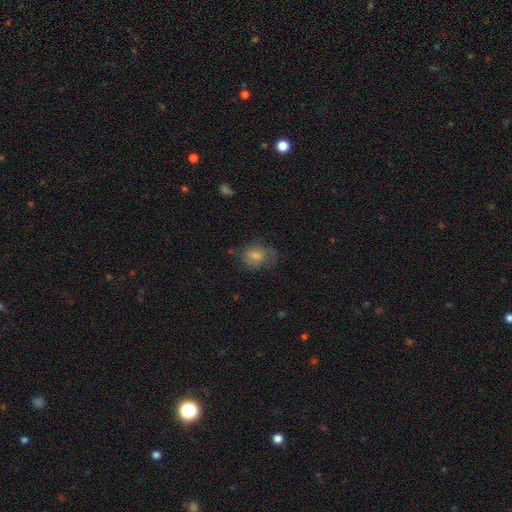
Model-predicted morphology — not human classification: type=smooth (68%); roundness=in between (60%); merging=none (48%).